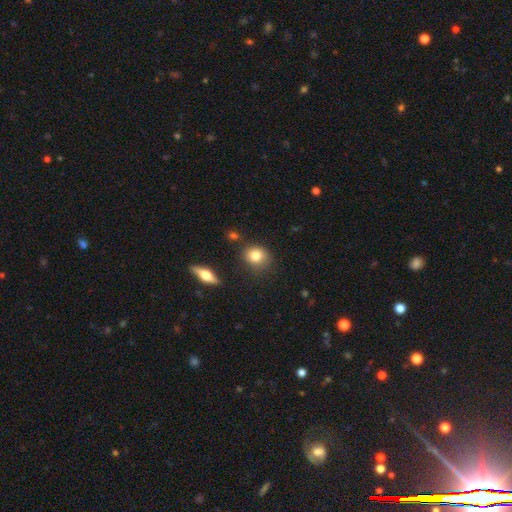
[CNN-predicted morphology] This appears to be a smooth galaxy with no disk features (80%) that is round (72%). Merging: none (76%).